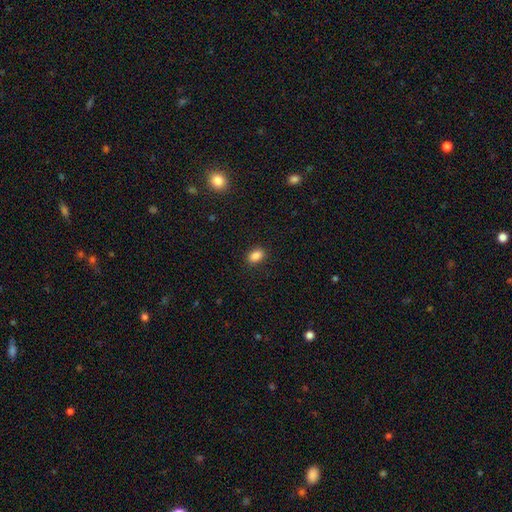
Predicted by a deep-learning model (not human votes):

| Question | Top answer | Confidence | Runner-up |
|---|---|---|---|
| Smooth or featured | smooth | 87% | star or artifact (10%) |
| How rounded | in between | 85% | round (13%) |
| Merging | none | 87% | minor disturbance (9%) |